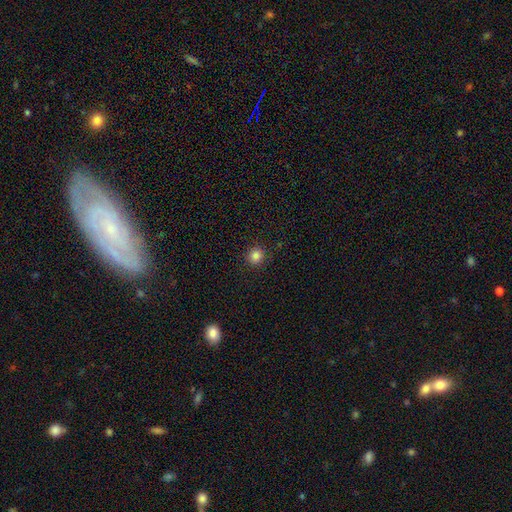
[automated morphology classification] Smooth or featured: smooth — 84% (star or artifact — 12%)
How rounded: round — 89% (in between — 10%)
Merging: none — 90% (minor disturbance — 7%)